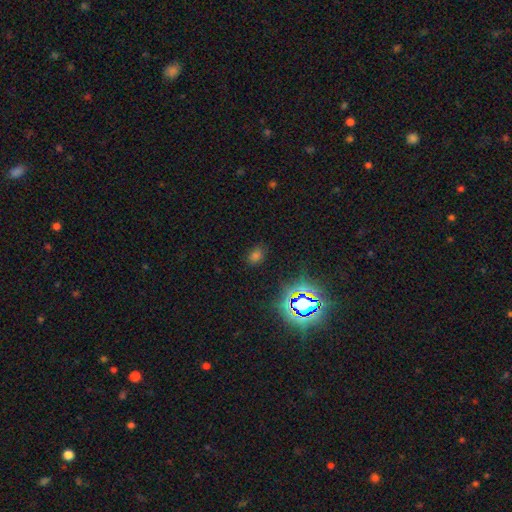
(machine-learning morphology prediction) Q: Smooth or featured?
A: smooth (54%); runner-up: star or artifact (39%)
Q: How rounded?
A: in between (68%); runner-up: round (30%)
Q: Merging?
A: none (84%); runner-up: minor disturbance (11%)